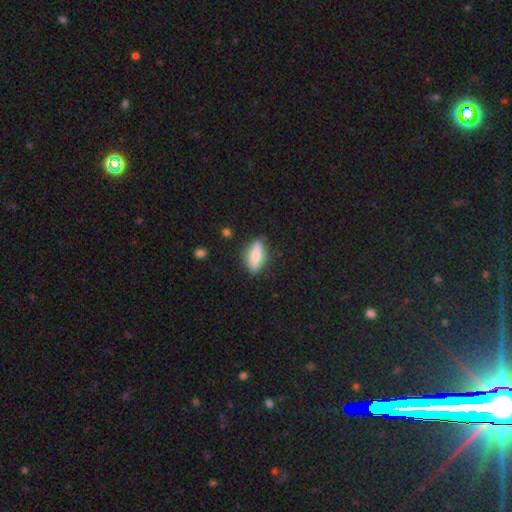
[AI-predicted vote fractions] This appears to be a smooth galaxy with no disk features (50%). Merging: none (81%).